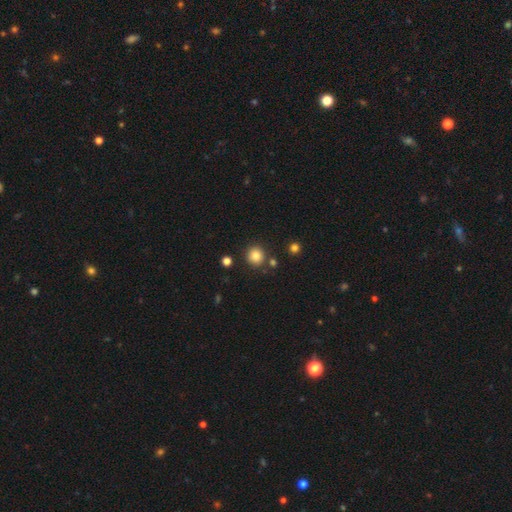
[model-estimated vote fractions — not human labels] Q: Smooth or featured?
A: smooth (83%); runner-up: star or artifact (11%)
Q: How rounded?
A: round (92%); runner-up: in between (7%)
Q: Merging?
A: none (85%); runner-up: minor disturbance (7%)